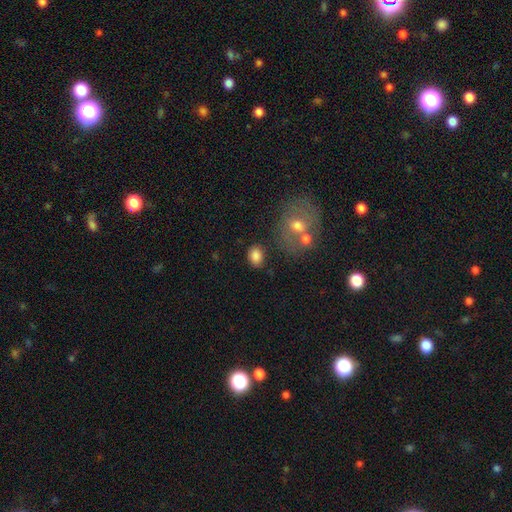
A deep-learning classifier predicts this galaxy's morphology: Smooth or featured?
  - smooth: 84% *
  - star or artifact: 9%
  - featured or disk: 7%
How rounded?
  - in between: 63% *
  - round: 36%
  - cigar-shaped: 1%
Merging?
  - none: 74% *
  - minor disturbance: 14%
  - merger: 7%
  - major disturbance: 5%